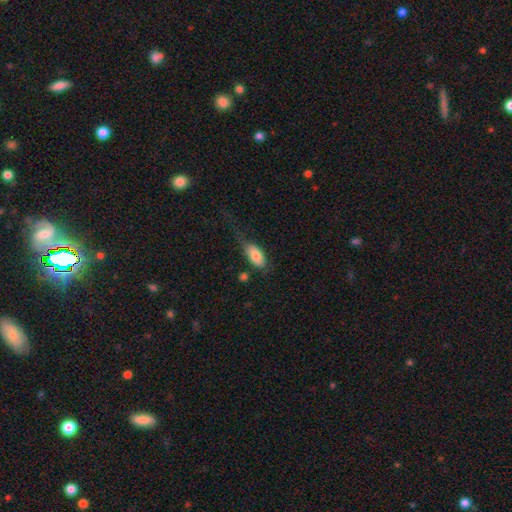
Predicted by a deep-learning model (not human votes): Morphology: type=smooth (79%); roundness=in between (90%); merging=none (42%).